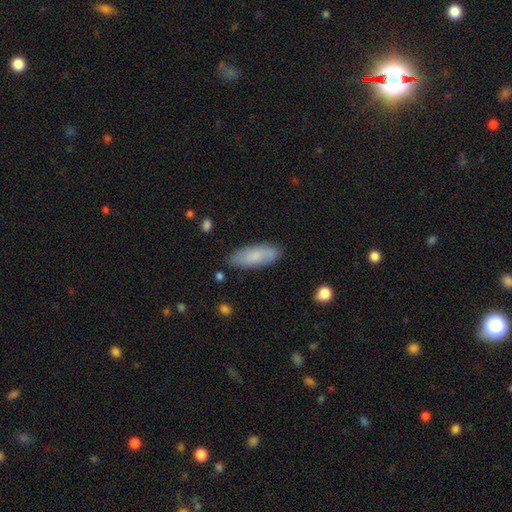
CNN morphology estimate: smooth 78%, featured or disk 15%, star or artifact 6%. Down the decision tree: how rounded — in between (71%); merging — none (83%).